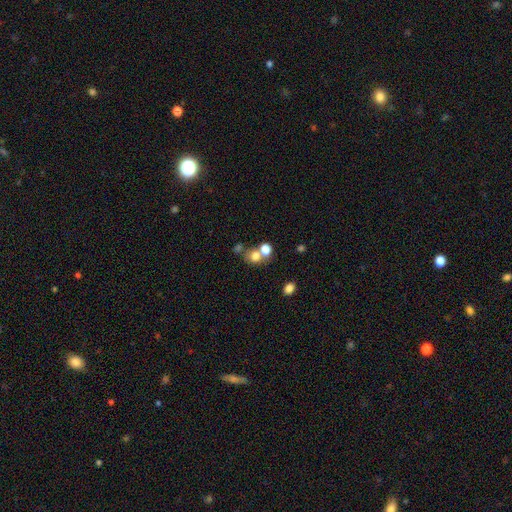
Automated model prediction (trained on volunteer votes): This is likely a smooth galaxy (72%). How rounded: likely round (73%). Merging: marginally none (45%).